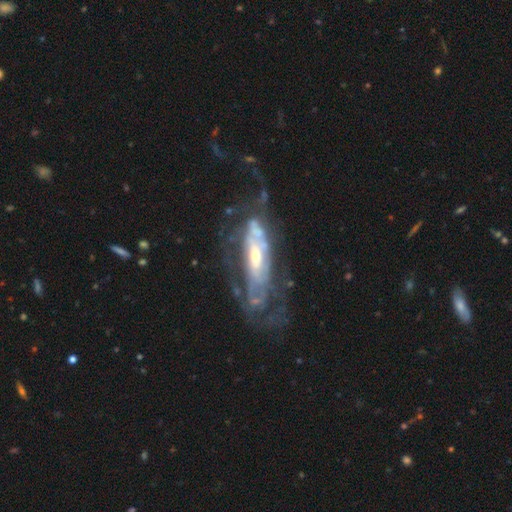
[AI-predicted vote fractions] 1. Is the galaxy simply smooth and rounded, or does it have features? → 82% featured or disk, 12% smooth, 6% star or artifact.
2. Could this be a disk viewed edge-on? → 82% no, 18% yes.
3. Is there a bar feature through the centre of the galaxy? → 53% no, 29% weak, 18% strong.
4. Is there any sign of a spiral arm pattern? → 74% yes, 26% no.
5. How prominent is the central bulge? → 50% moderate, 40% small, 7% large, 2% none, 1% dominant.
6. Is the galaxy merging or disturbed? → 46% none, 29% major disturbance, 20% minor disturbance, 5% merger.